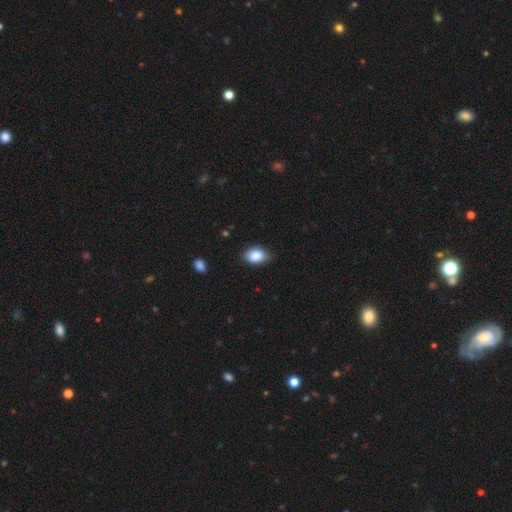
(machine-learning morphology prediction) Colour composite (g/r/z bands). It shows a smooth galaxy with no disk features (87%) that is in between round and cigar-shaped (84%). Merging: none (78%).